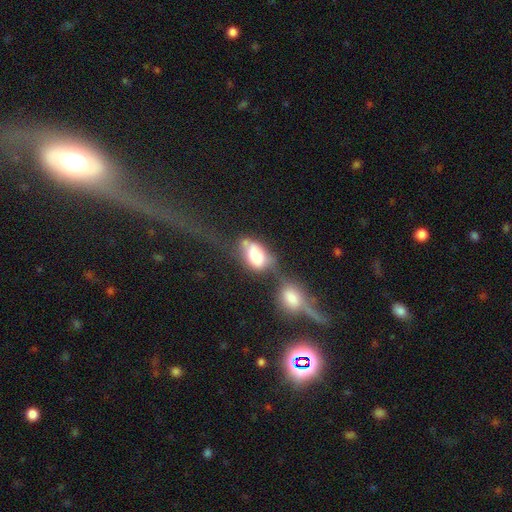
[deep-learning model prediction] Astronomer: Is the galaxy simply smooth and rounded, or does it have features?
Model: smooth — 72%.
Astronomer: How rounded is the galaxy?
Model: in between — 89%.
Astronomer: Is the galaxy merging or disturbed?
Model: merger — 52%.